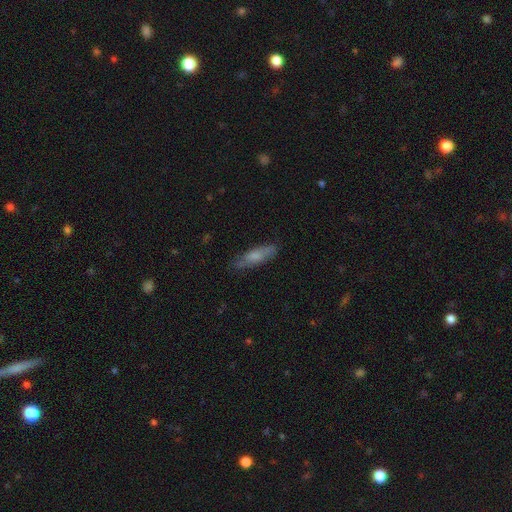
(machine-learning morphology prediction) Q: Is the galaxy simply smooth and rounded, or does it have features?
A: smooth — 64%.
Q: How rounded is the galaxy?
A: cigar-shaped — 63%.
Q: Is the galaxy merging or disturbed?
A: none — 77%.